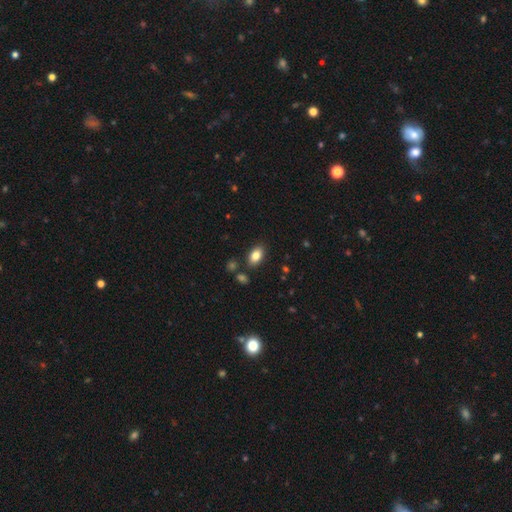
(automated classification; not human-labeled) Smooth or featured?
  - smooth: 83% *
  - featured or disk: 9%
  - star or artifact: 8%
How rounded?
  - in between: 90% *
  - round: 8%
  - cigar-shaped: 2%
Merging?
  - none: 83% *
  - minor disturbance: 10%
  - merger: 5%
  - major disturbance: 2%